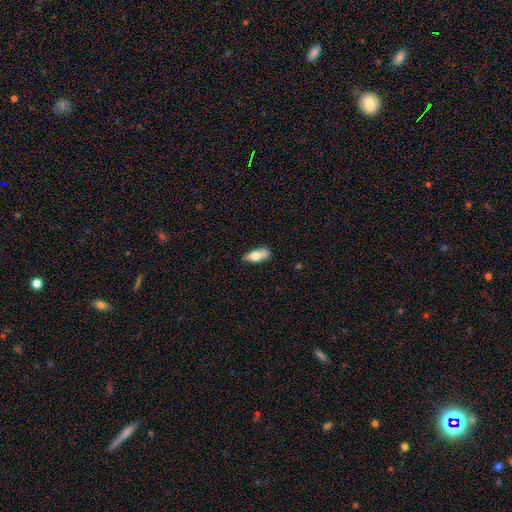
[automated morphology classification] type=smooth (66%); roundness=in between (72%); merging=none (53%).